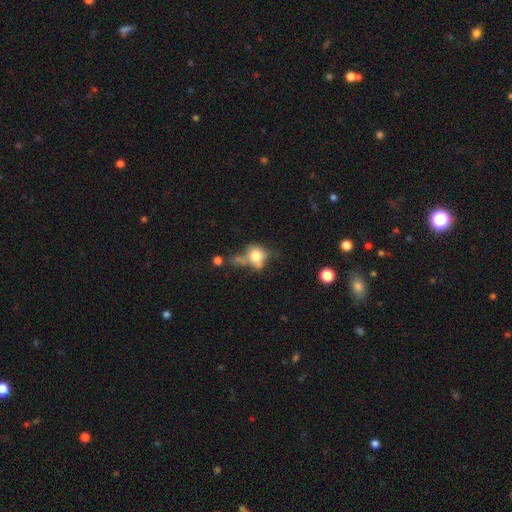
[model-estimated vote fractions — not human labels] smooth 63%, featured or disk 25%, star or artifact 12%. Down the decision tree: how rounded — round (55%); merging — none (34%).